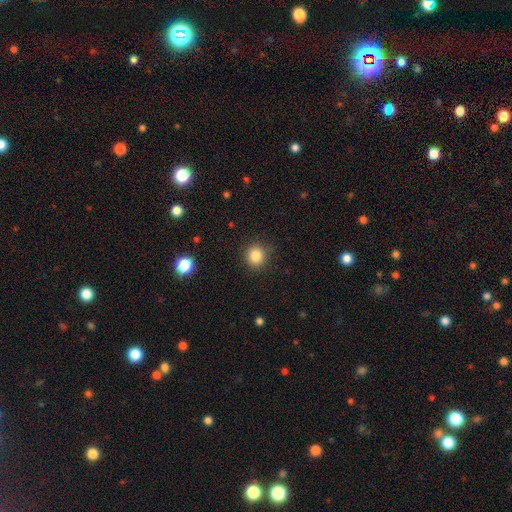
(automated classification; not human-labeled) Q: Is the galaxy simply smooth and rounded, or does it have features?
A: smooth — 84%.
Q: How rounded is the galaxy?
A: round — 90%.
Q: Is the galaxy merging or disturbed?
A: none — 89%.